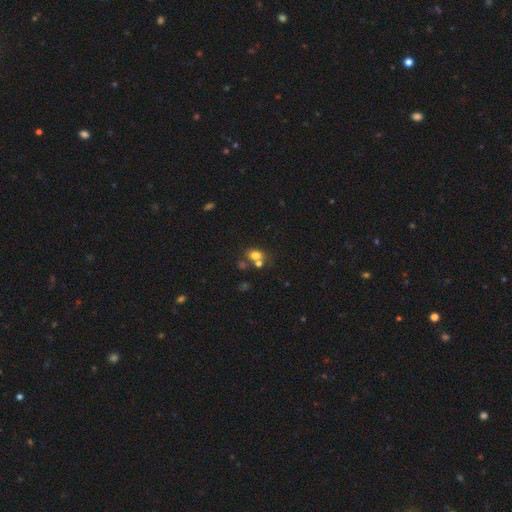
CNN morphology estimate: A smooth galaxy with no disk features (73%) that is in between round and cigar-shaped (57%).

Vote fractions:
- Smooth or featured? smooth: 73% / star or artifact: 15% / featured or disk: 12%
- How rounded? in between: 57% / round: 42% / cigar-shaped: 1%
- Merging? none: 47% / merger: 36% / minor disturbance: 11% / major disturbance: 5%